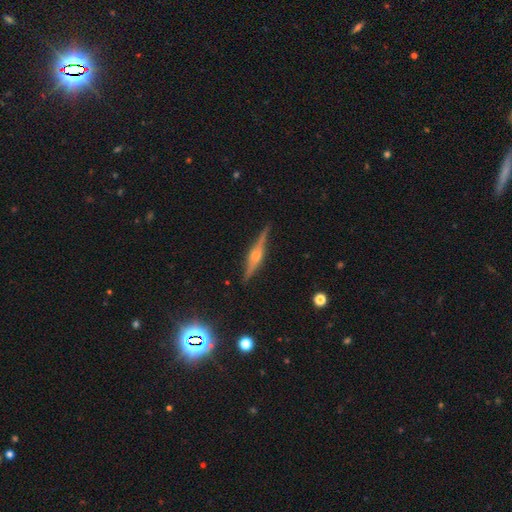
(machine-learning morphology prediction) featured or disk 80%, smooth 12%, star or artifact 8%. Down the decision tree: edge-on disk — yes (97%); edge-on bulge — rounded (79%); merging — none (89%).